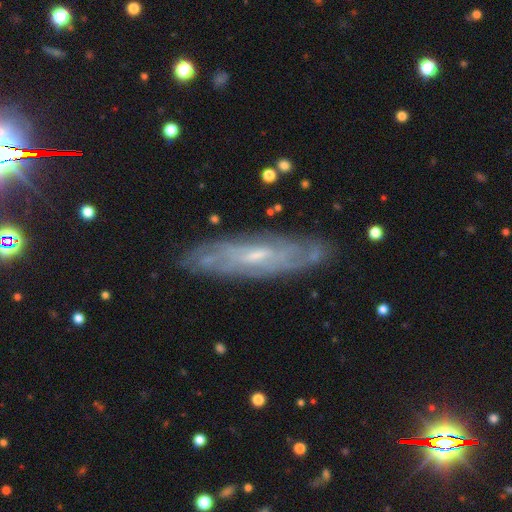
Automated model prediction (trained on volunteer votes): Smooth or featured? featured or disk (74%)
Edge-on disk? no (67%)
Merging? none (83%)